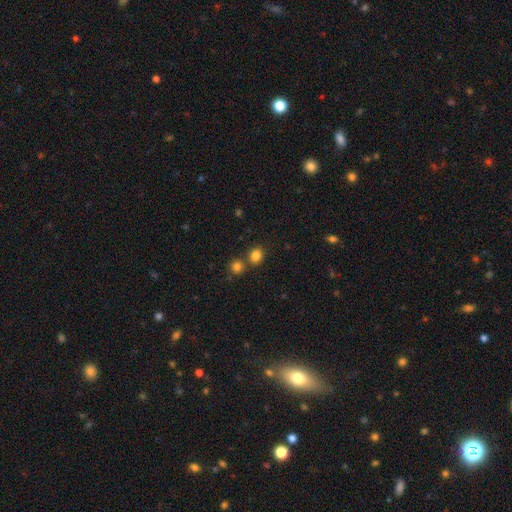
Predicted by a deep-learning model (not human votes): A smooth galaxy with no disk features (83%) that is round (74%).

Vote fractions:
- Smooth or featured? smooth: 83% / star or artifact: 13% / featured or disk: 5%
- How rounded? round: 74% / in between: 25% / cigar-shaped: 1%
- Merging? none: 69% / merger: 20% / minor disturbance: 8% / major disturbance: 3%